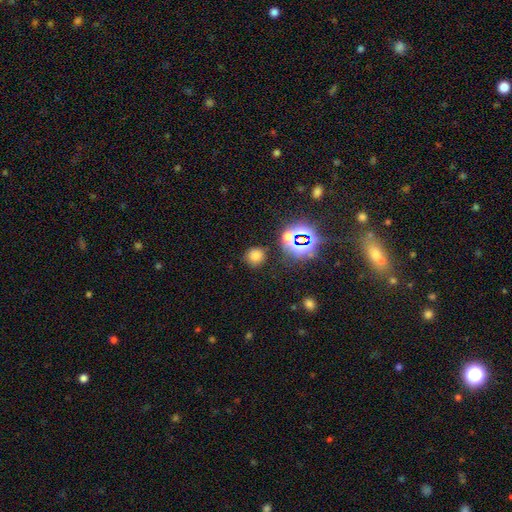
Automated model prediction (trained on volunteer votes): Smooth or featured: smooth — 68% (star or artifact — 24%)
How rounded: round — 86% (in between — 13%)
Merging: none — 81% (minor disturbance — 11%)